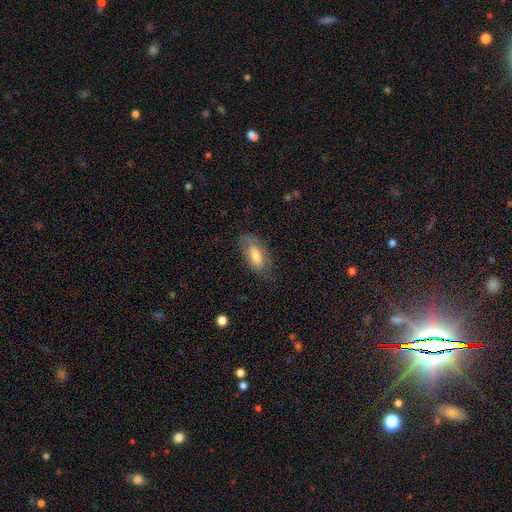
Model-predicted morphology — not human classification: smooth 67%, featured or disk 26%, star or artifact 7%. Down the decision tree: how rounded — in between (87%); merging — none (66%).